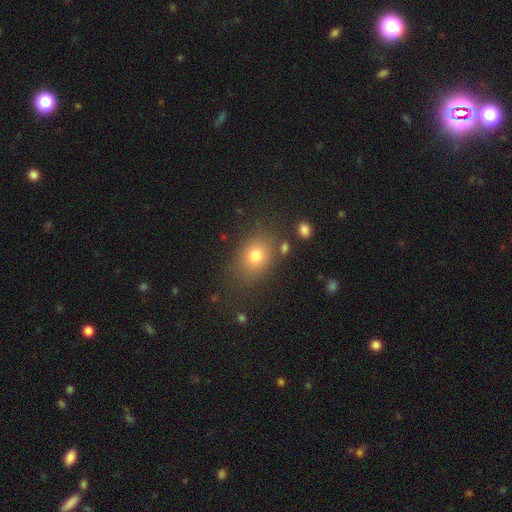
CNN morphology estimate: A smooth galaxy with no disk features (75%) that is in between round and cigar-shaped (59%).

Vote fractions:
- Smooth or featured? smooth: 75% / star or artifact: 13% / featured or disk: 11%
- How rounded? in between: 59% / round: 40% / cigar-shaped: 1%
- Merging? none: 75% / minor disturbance: 15% / major disturbance: 6% / merger: 4%